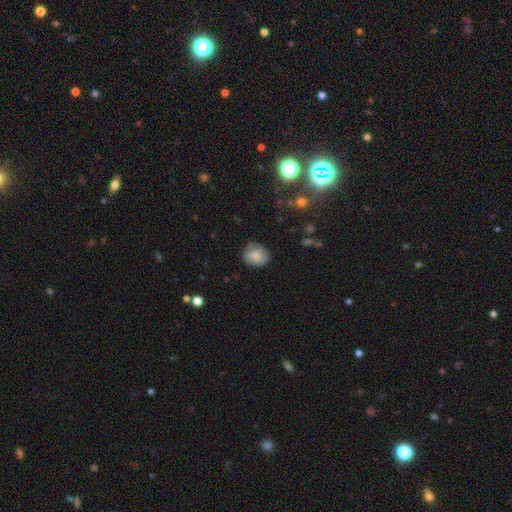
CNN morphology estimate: A smooth galaxy with no disk features (82%) that is round (57%).

Vote fractions:
- Smooth or featured? smooth: 82% / featured or disk: 10% / star or artifact: 8%
- How rounded? round: 57% / in between: 42% / cigar-shaped: 1%
- Merging? none: 69% / minor disturbance: 23% / major disturbance: 6% / merger: 2%